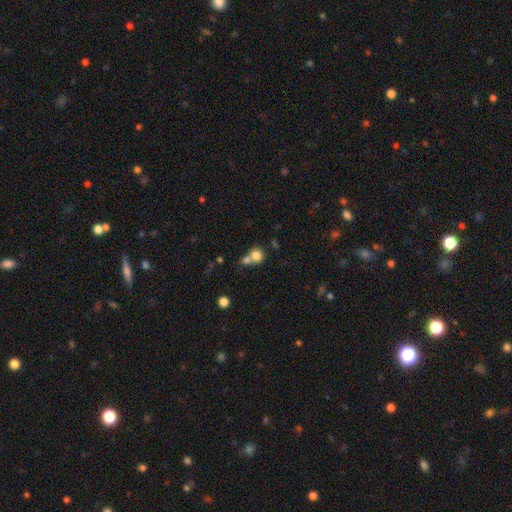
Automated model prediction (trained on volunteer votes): Overall: smooth (80%). How rounded: round (82%). Merging: merger (48%; none 41%).